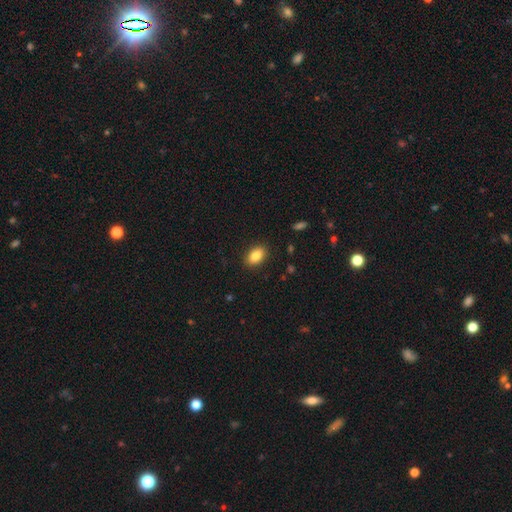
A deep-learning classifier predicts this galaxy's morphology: A smooth galaxy with no disk features (86%) that is in between round and cigar-shaped (88%). Merging: none (89%).